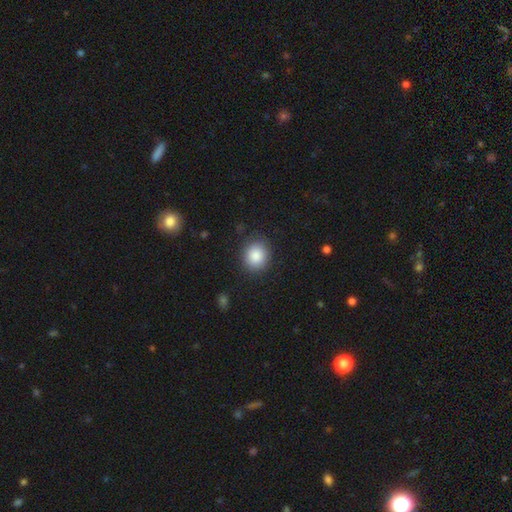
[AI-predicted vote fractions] Morphology: type=smooth (87%); roundness=round (75%); merging=none (85%).